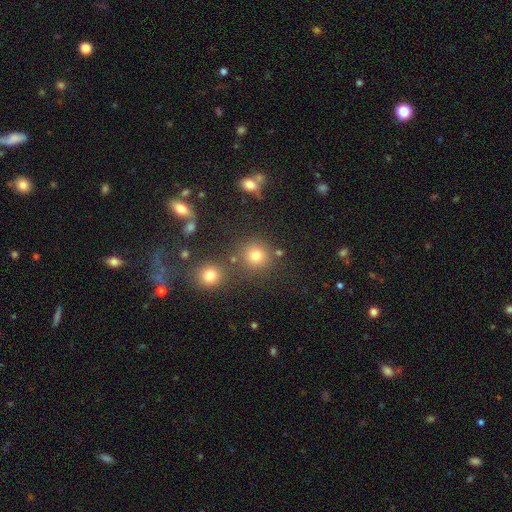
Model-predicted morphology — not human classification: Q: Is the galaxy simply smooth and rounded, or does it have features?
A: smooth — 74%.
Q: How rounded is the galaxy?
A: round — 90%.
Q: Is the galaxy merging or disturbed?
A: none — 77%.